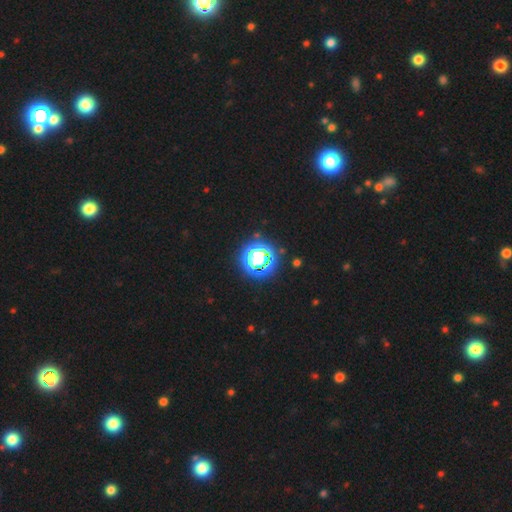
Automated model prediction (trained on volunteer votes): Smooth or featured?
  - star or artifact: 63% *
  - smooth: 25%
  - featured or disk: 13%